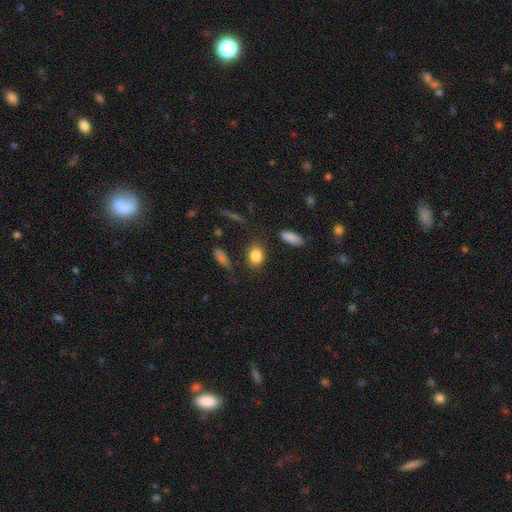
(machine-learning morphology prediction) A smooth galaxy with no disk features (85%) that is in between round and cigar-shaped (57%). Merging: none (79%).